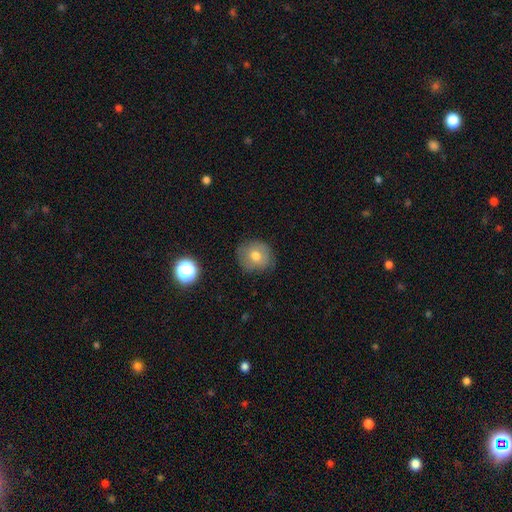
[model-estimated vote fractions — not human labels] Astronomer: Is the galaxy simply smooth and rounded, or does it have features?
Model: smooth — 70%.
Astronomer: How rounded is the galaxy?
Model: round — 82%.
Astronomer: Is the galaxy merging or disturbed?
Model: none — 79%.